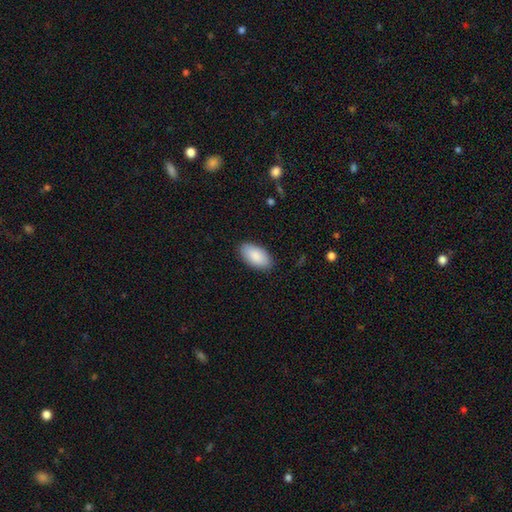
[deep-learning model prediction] smooth_or_featured: smooth (p=0.89) [alt: star or artifact p=0.06]
how_rounded: in between (p=0.95) [alt: cigar-shaped p=0.02]
merging: none (p=0.88) [alt: minor disturbance p=0.09]